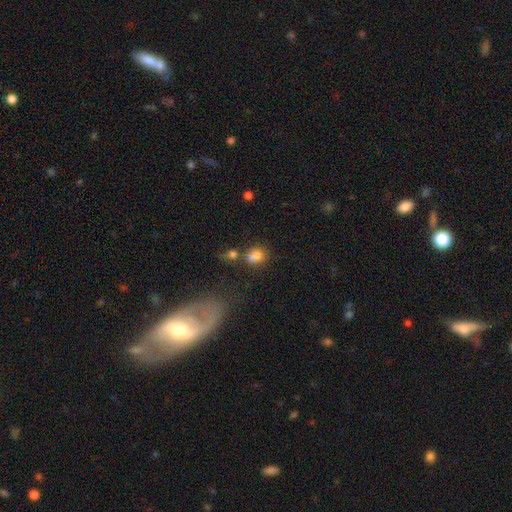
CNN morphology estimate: A smooth galaxy with no disk features (79%) that is in between round and cigar-shaped (67%).

Vote fractions:
- Smooth or featured? smooth: 79% / star or artifact: 12% / featured or disk: 9%
- How rounded? in between: 67% / round: 31% / cigar-shaped: 2%
- Merging? none: 48% / merger: 26% / minor disturbance: 18% / major disturbance: 8%